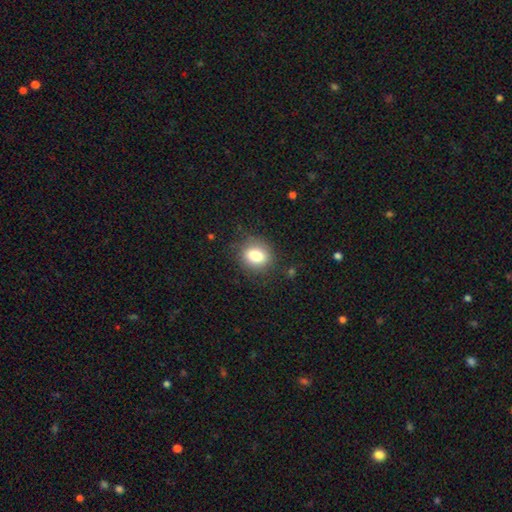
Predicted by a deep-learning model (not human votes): smooth_or_featured: smooth (p=0.81) [alt: star or artifact p=0.10]
how_rounded: round (p=0.66) [alt: in between p=0.33]
merging: none (p=0.82) [alt: minor disturbance p=0.12]